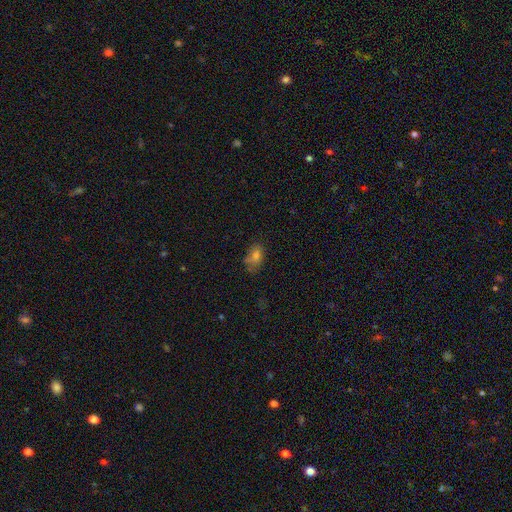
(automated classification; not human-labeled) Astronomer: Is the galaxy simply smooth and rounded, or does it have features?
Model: smooth — 70%.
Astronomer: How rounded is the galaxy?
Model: in between — 80%.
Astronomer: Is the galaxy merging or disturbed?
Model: none — 61%.